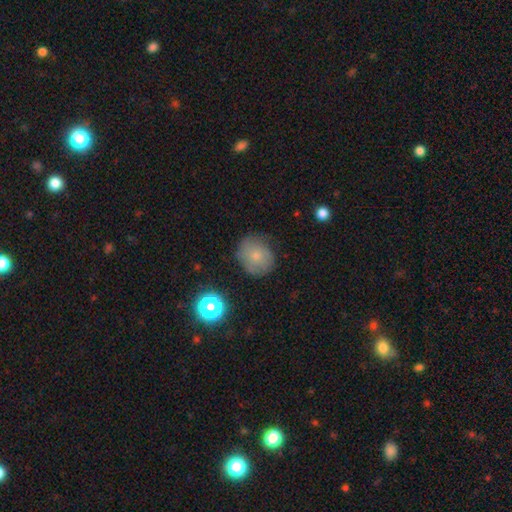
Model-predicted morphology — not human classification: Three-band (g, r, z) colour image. It shows a smooth galaxy with no disk features (71%) that is round (71%). Merging: none (69%).